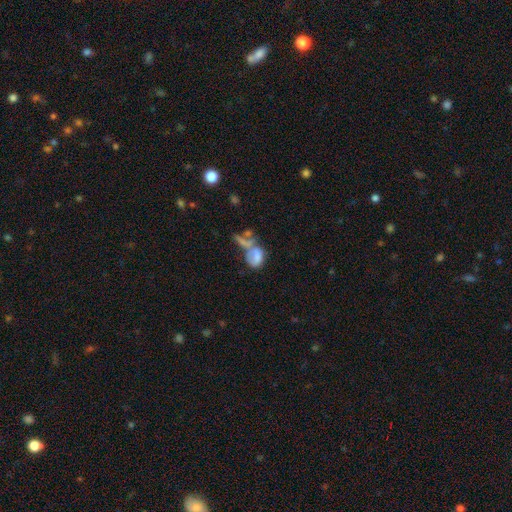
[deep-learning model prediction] A smooth galaxy with no disk features (61%) that is in between round and cigar-shaped (85%). Merging: merger (50%).